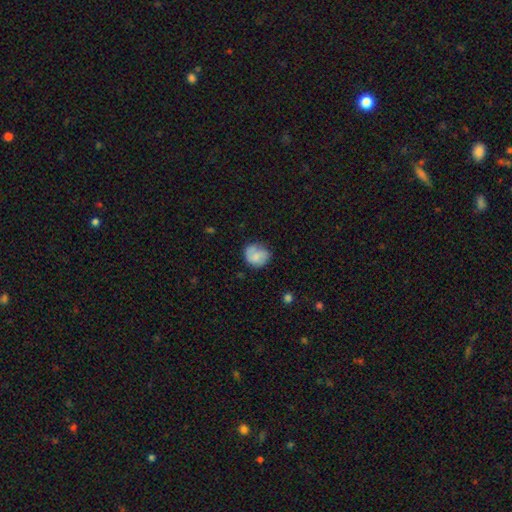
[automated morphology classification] Smooth or featured: smooth — 66% (featured or disk — 26%)
How rounded: round — 76% (in between — 23%)
Merging: none — 60% (minor disturbance — 28%)